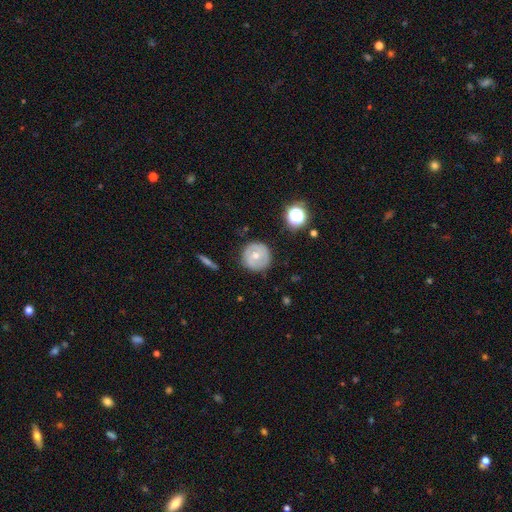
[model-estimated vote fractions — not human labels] smooth-or-featured: smooth: 47% | featured or disk: 45% | star or artifact: 8%
  merging: none: 83% | minor disturbance: 12% | major disturbance: 3% | merger: 2%